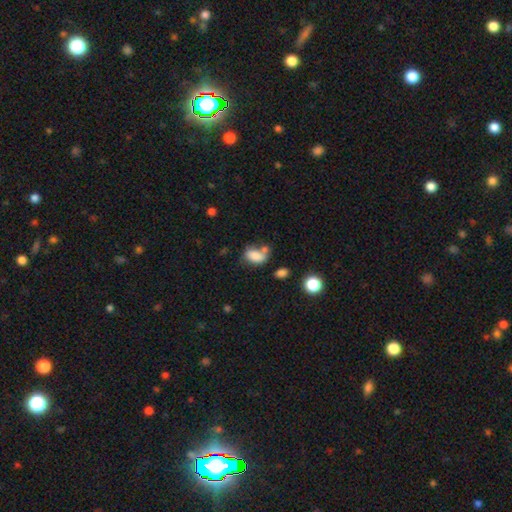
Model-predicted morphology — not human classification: smooth-or-featured: smooth: 80% | star or artifact: 10% | featured or disk: 10%
  how-rounded: in between: 87% | round: 11% | cigar-shaped: 2%
  merging: none: 38% | merger: 30% | minor disturbance: 21% | major disturbance: 11%